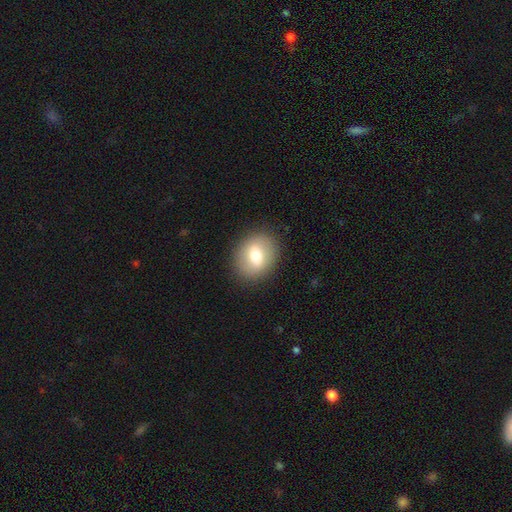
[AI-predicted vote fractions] Overall: smooth (66%; featured or disk 26%). How rounded: round (56%; in between 43%). Merging: none (87%).